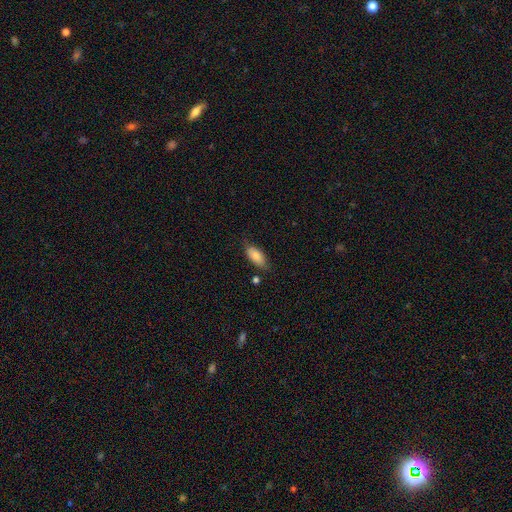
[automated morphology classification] Smooth or featured? Predicted: smooth (p=0.82). How rounded? Predicted: in between (p=0.87). Merging? Predicted: none (p=0.72).